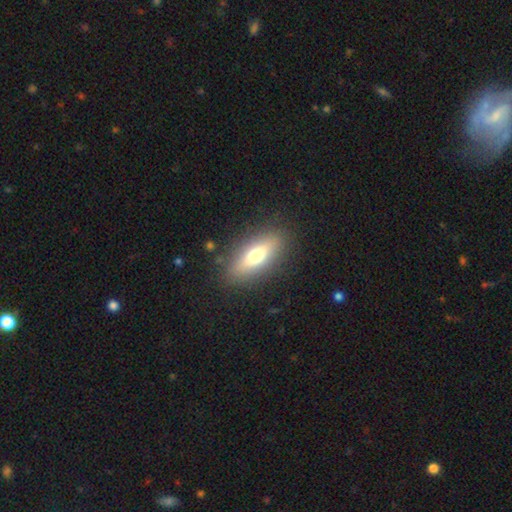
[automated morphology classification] This is likely a smooth galaxy (64%). How rounded: likely in between (68%). Merging: clearly none (85%).